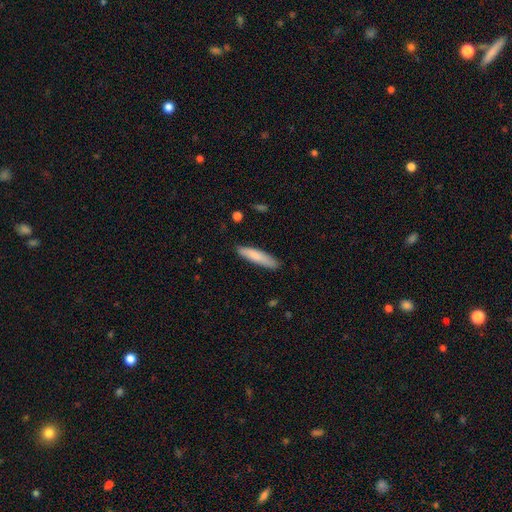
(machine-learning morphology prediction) smooth_or_featured: smooth (p=0.82) [alt: featured or disk p=0.13]
how_rounded: cigar-shaped (p=0.83) [alt: in between p=0.16]
merging: none (p=0.85) [alt: minor disturbance p=0.12]